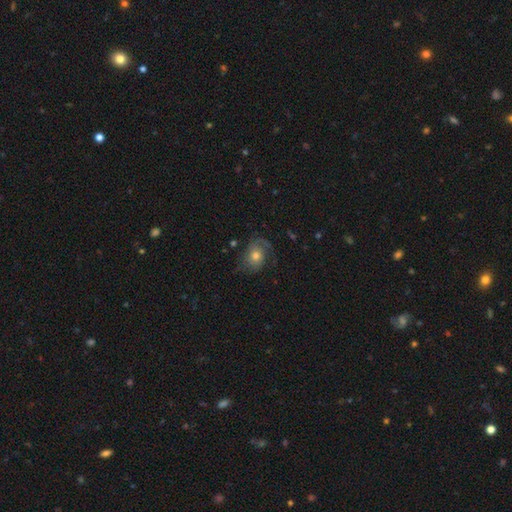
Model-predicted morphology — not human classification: featured or disk 57%, smooth 33%, star or artifact 9%. Down the decision tree: edge-on disk — no (96%); bar — no (79%); spiral arms — yes (85%); bulge size — moderate (61%); merging — none (61%).